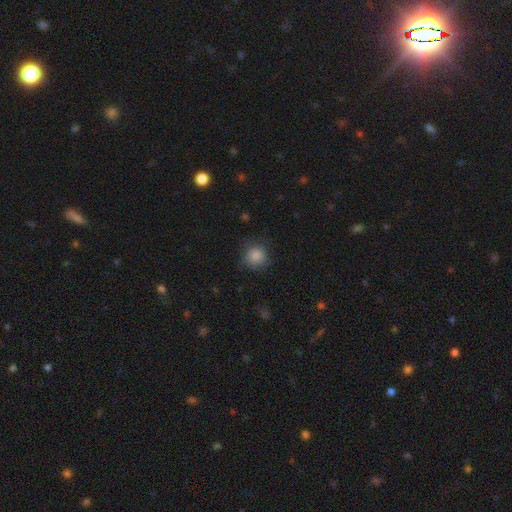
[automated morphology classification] Smooth or featured? Predicted: smooth (p=0.86). How rounded? Predicted: round (p=0.91). Merging? Predicted: none (p=0.77).